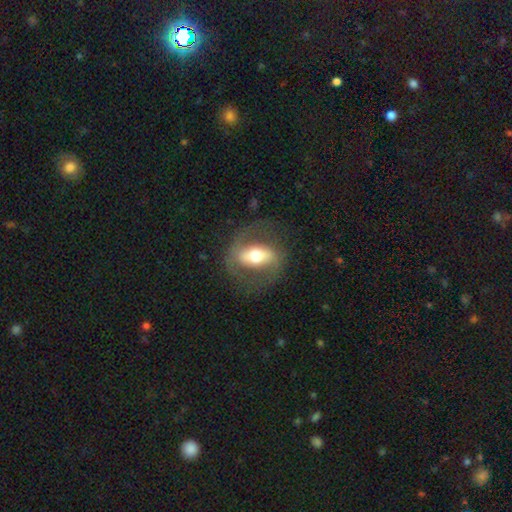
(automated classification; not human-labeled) A featured or disk galaxy (62%) with a strong bar (58%), no spiral arms (55%) and a moderate central bulge (61%).

Vote fractions:
- Smooth or featured? featured or disk: 62% / smooth: 32% / star or artifact: 6%
- Edge-on disk? no: 82% / yes: 18%
- Bar? strong: 58% / weak: 22% / no: 20%
- Spiral arms? no: 55% / yes: 45%
- Bulge size? moderate: 61% / large: 26% / small: 9% / dominant: 3% / none: 1%
- Merging? none: 73% / minor disturbance: 13% / major disturbance: 12% / merger: 1%